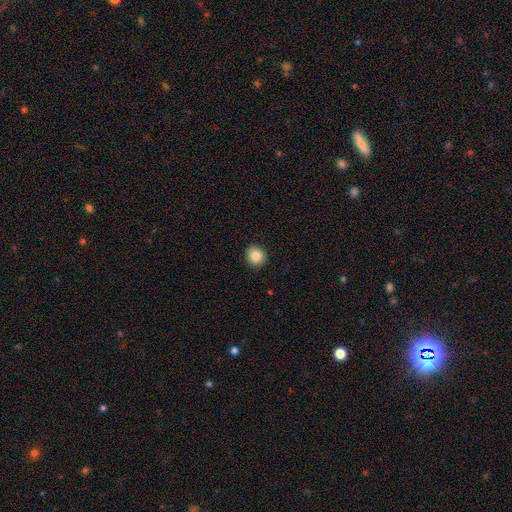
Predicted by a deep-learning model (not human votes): A smooth galaxy with no disk features (86%) that is round (77%).

Vote fractions:
- Smooth or featured? smooth: 86% / star or artifact: 9% / featured or disk: 5%
- How rounded? round: 77% / in between: 22% / cigar-shaped: 1%
- Merging? none: 91% / minor disturbance: 7% / major disturbance: 2% / merger: 1%